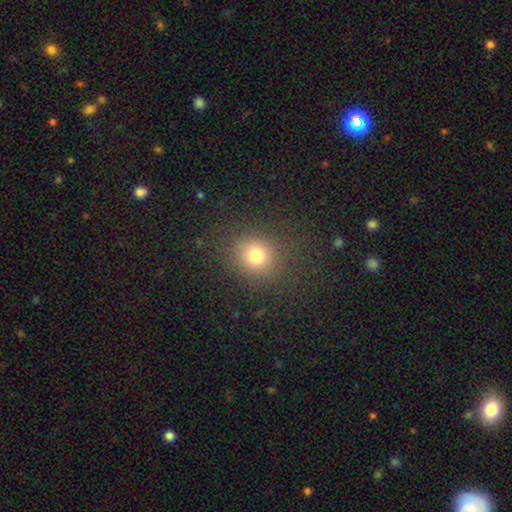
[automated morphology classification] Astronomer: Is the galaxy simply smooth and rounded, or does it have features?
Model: smooth — 74%.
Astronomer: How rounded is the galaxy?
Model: round — 83%.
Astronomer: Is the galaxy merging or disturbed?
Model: none — 85%.